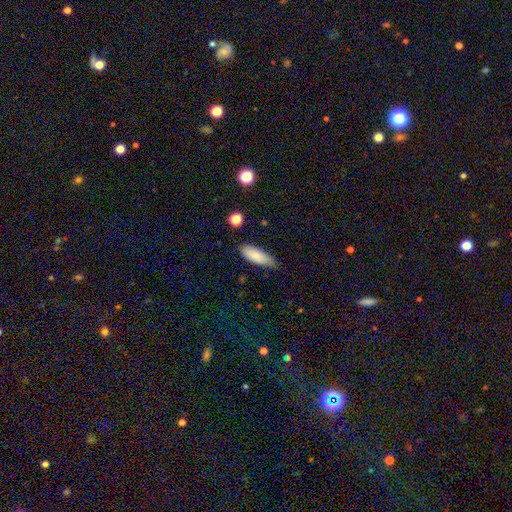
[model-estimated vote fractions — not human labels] This is clearly a smooth galaxy (83%). How rounded: likely in between (69%). Merging: likely none (67%).